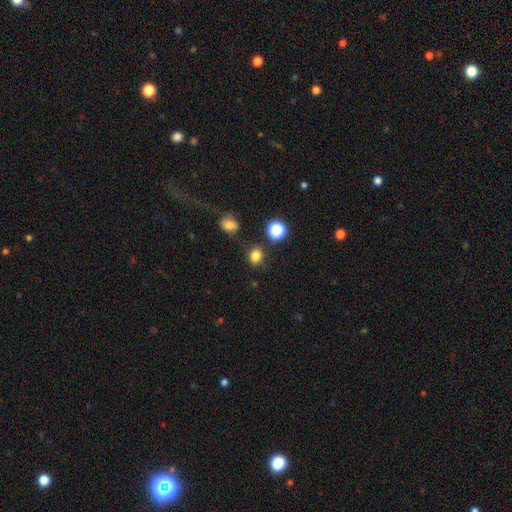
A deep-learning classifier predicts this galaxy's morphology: Smooth or featured? smooth (80%)
How rounded? round (65%)
Merging? none (80%)